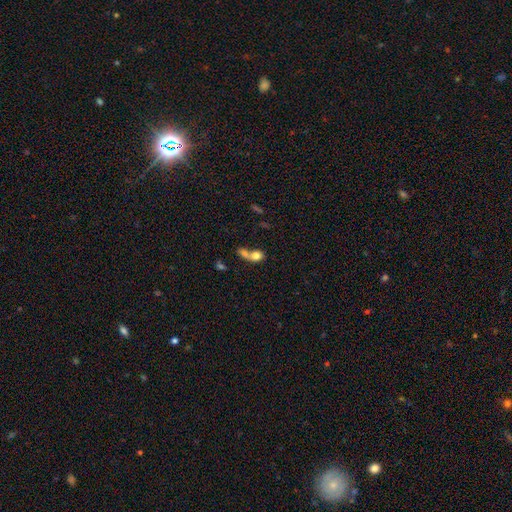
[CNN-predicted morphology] This appears to be a smooth galaxy with no disk features (74%) that is in between round and cigar-shaped (51%). Merging: merger (67%).